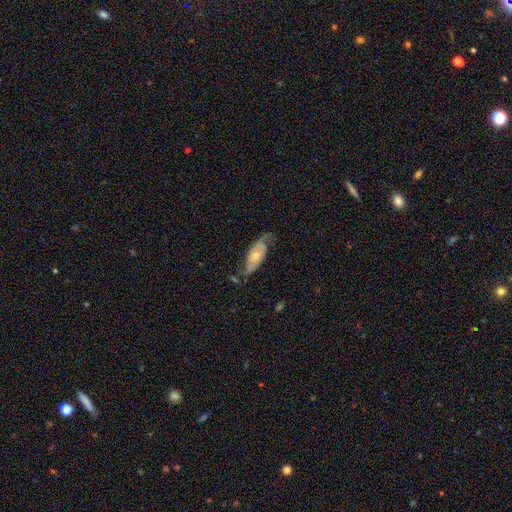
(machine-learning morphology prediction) type=featured or disk (56%); edge-on=no (85%); merging=none (54%).